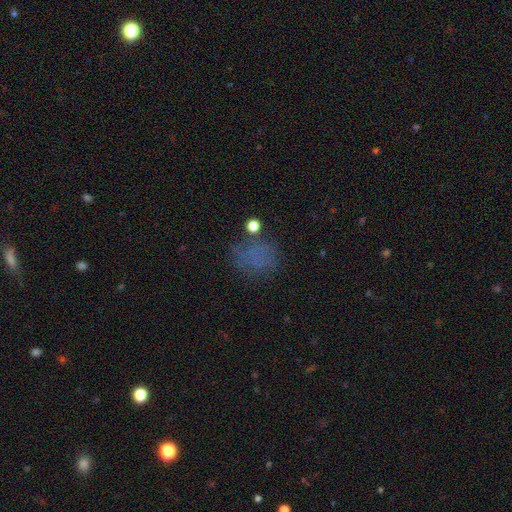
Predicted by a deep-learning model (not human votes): A smooth galaxy with no disk features (58%) that is round (64%). Merging: none (61%).